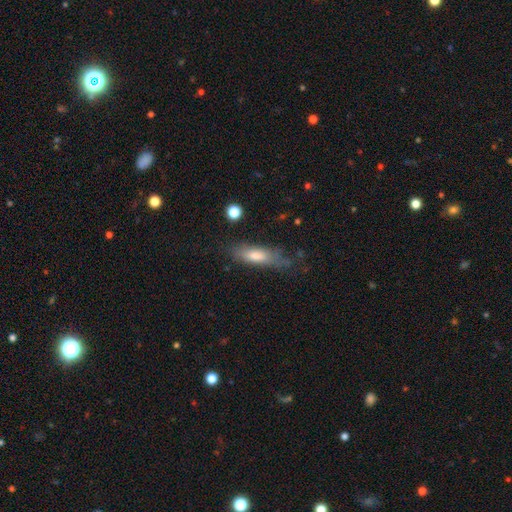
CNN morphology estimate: smooth 66%, featured or disk 25%, star or artifact 8%. Down the decision tree: how rounded — cigar-shaped (58%); merging — none (61%).